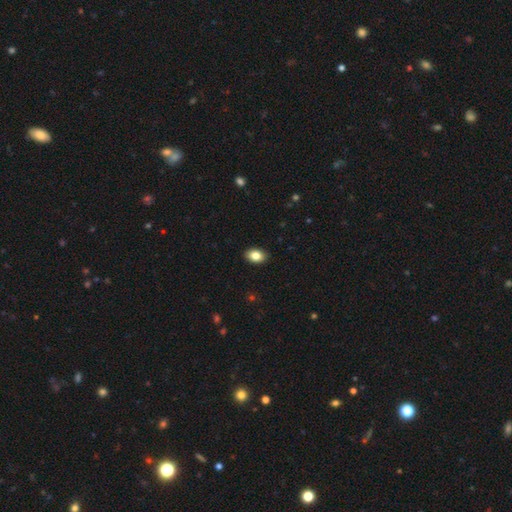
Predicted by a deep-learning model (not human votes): Smooth or featured? Predicted: smooth (p=0.84). How rounded? Predicted: in between (p=0.84). Merging? Predicted: none (p=0.90).